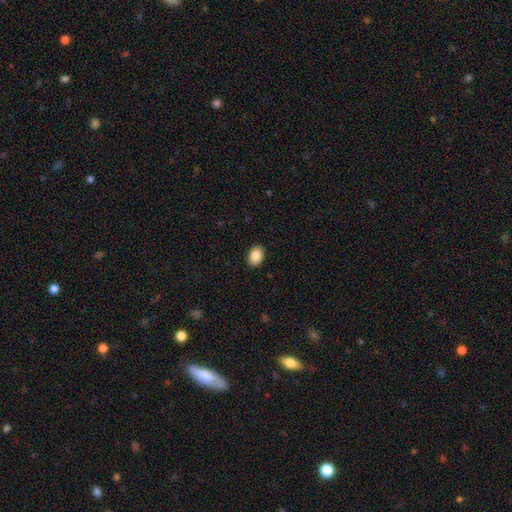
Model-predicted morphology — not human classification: A smooth galaxy with no disk features (88%) that is in between round and cigar-shaped (76%). Merging: none (91%).